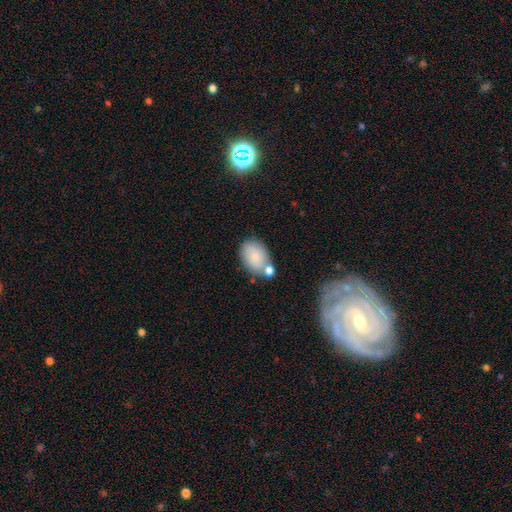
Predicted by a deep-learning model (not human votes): Smooth or featured? Predicted: smooth (p=0.83). How rounded? Predicted: in between (p=0.83). Merging? Predicted: none (p=0.61).